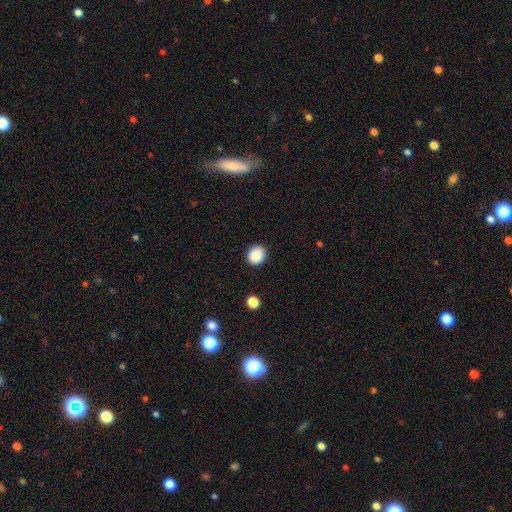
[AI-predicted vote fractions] Q: Smooth or featured?
A: smooth (88%); runner-up: star or artifact (9%)
Q: How rounded?
A: round (76%); runner-up: in between (23%)
Q: Merging?
A: none (90%); runner-up: minor disturbance (7%)